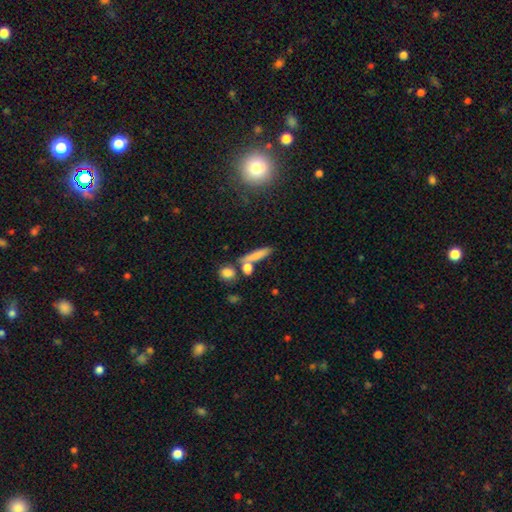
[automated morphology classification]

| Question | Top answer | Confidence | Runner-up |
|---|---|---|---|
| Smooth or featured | smooth | 73% | featured or disk (17%) |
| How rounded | cigar-shaped | 73% | in between (20%) |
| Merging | none | 59% | merger (22%) |